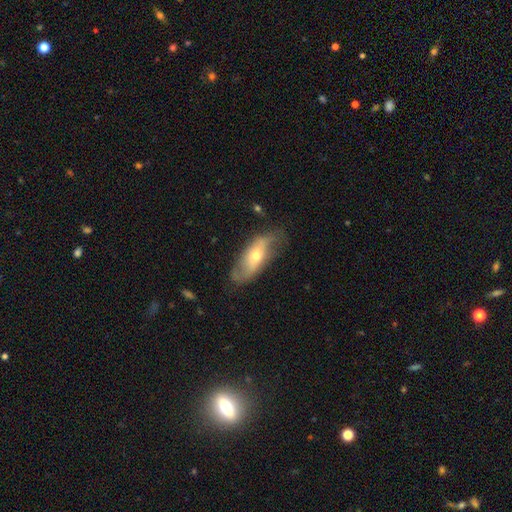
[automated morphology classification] type=featured or disk (55%); edge-on=no (79%); merging=none (65%).